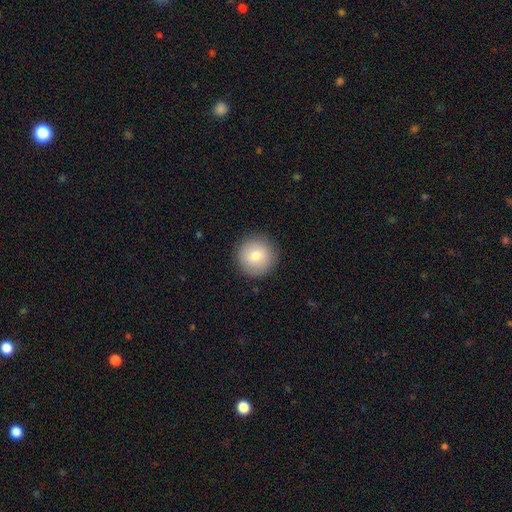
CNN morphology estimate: type=smooth (80%); roundness=round (96%); merging=none (90%).